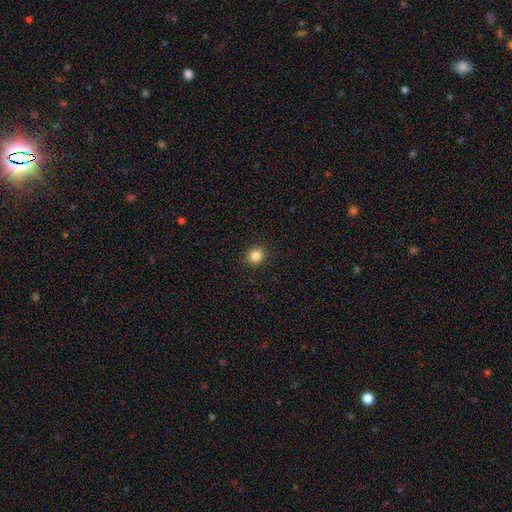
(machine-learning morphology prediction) smooth_or_featured: smooth (p=0.86) [alt: star or artifact p=0.11]
how_rounded: round (p=0.87) [alt: in between p=0.12]
merging: none (p=0.91) [alt: minor disturbance p=0.06]